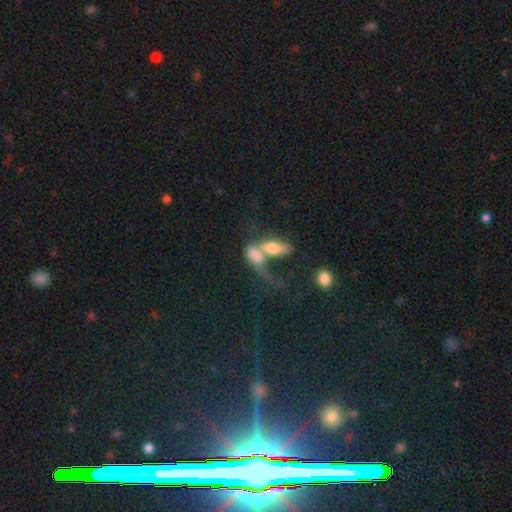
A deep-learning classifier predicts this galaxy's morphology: A smooth galaxy with no disk features (60%) that is in between round and cigar-shaped (77%). Merging: merger (71%).